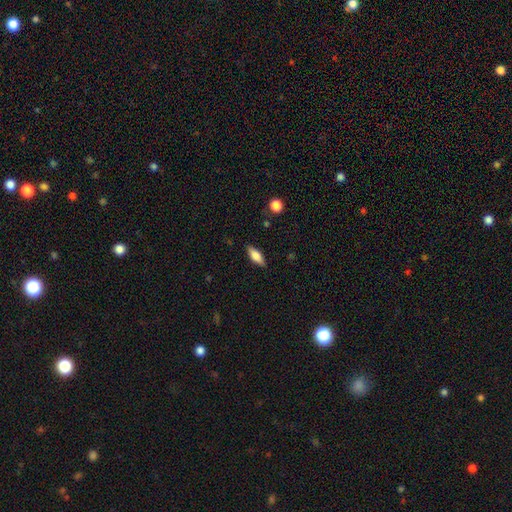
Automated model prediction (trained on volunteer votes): This is likely a smooth galaxy (74%). How rounded: likely in between (72%). Merging: clearly none (85%).